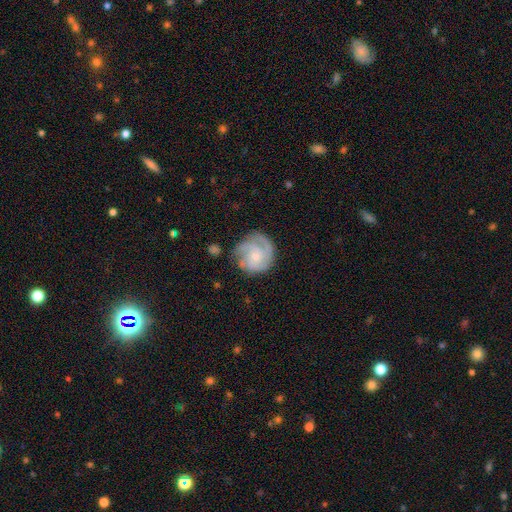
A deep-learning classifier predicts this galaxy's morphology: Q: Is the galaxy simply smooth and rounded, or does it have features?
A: featured or disk — 74%.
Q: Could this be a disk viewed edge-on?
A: no — 98%.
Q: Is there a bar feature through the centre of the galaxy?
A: no — 73%.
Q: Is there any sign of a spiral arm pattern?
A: yes — 93%.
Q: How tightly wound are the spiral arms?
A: tight — 55%.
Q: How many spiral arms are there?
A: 3 — 39%.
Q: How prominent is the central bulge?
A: small — 55%.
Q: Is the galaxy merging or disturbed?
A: none — 67%.